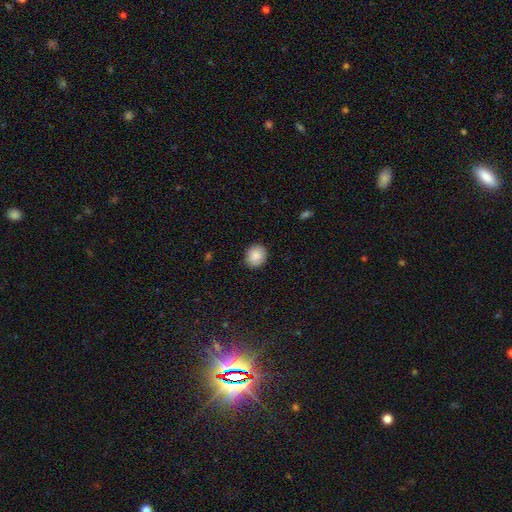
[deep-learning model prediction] Smooth or featured?
  - smooth: 88% *
  - star or artifact: 8%
  - featured or disk: 4%
How rounded?
  - round: 74% *
  - in between: 25%
  - cigar-shaped: 1%
Merging?
  - none: 90% *
  - minor disturbance: 7%
  - major disturbance: 2%
  - merger: 1%